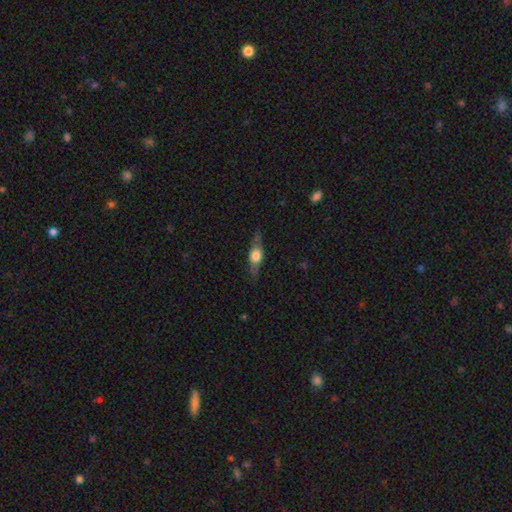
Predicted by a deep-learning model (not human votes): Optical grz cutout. It shows a featured or disk galaxy (54%) viewed edge-on (90%). Merging: none (80%).